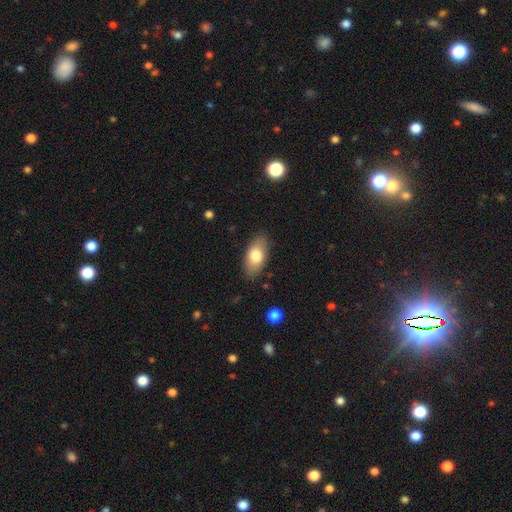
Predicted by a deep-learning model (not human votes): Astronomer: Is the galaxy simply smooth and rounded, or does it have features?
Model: smooth — 75%.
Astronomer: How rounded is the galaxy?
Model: in between — 90%.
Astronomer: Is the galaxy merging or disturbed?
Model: none — 84%.